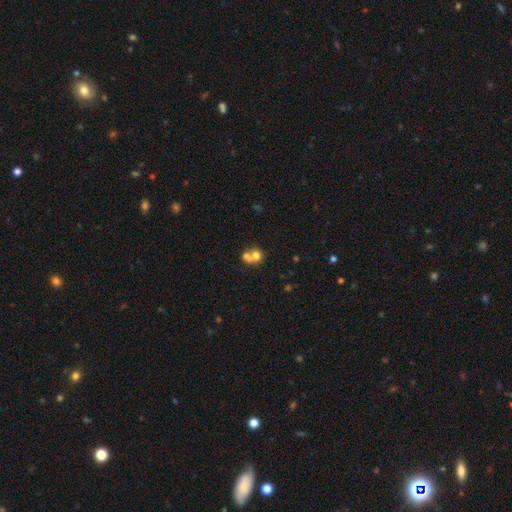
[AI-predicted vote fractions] This appears to be a smooth galaxy with no disk features (65%) that is round (71%). Merging: merger (61%).